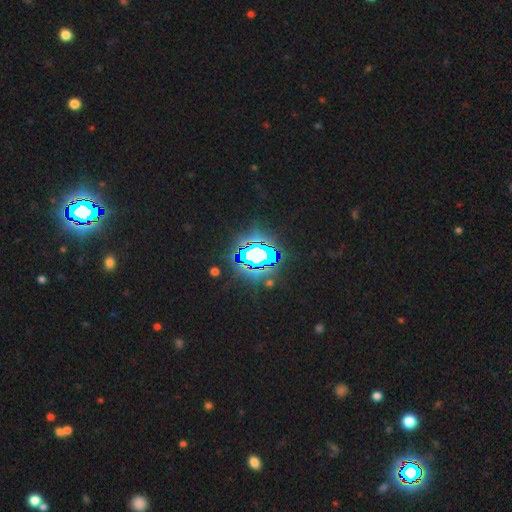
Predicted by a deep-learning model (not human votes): This is likely a star or artifact rather than a galaxy (73%).